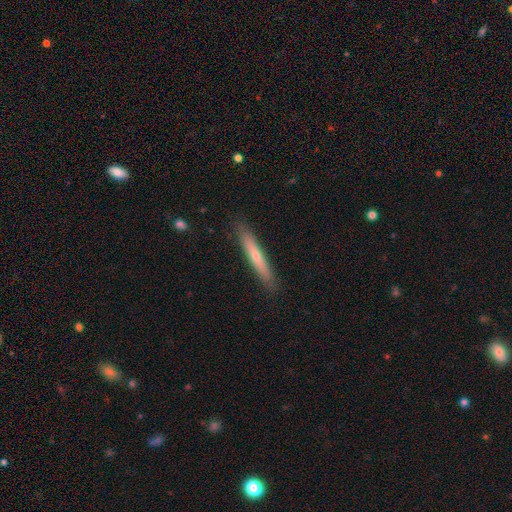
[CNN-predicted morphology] A smooth galaxy with no disk features (54%) that is cigar-shaped (94%).

Vote fractions:
- Smooth or featured? smooth: 54% / featured or disk: 39% / star or artifact: 6%
- How rounded? cigar-shaped: 94% / in between: 5% / round: 1%
- Merging? none: 89% / minor disturbance: 8% / major disturbance: 2% / merger: 1%